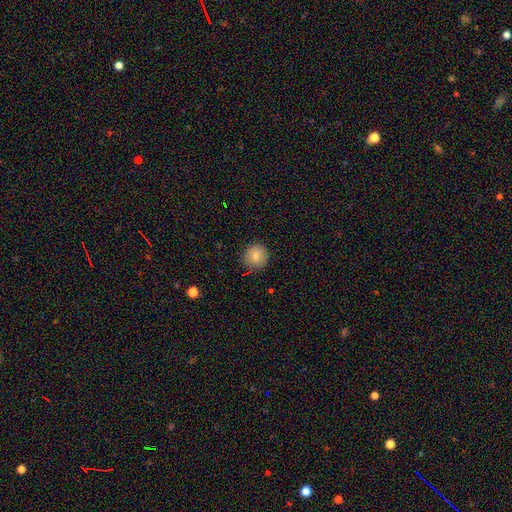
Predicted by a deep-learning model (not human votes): Morphology: type=smooth (80%); roundness=round (91%); merging=none (86%).